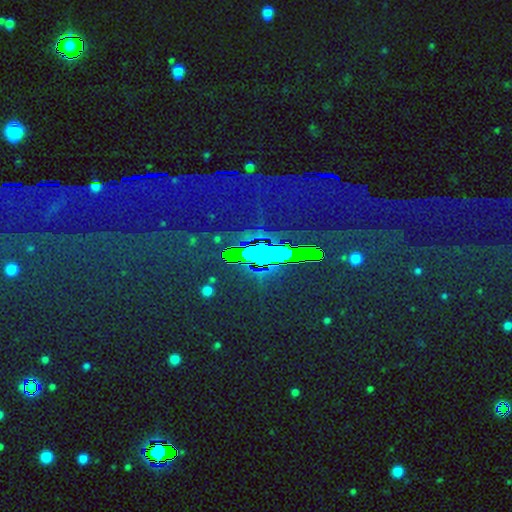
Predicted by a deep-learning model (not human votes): Morphology: type=star or artifact (83%).